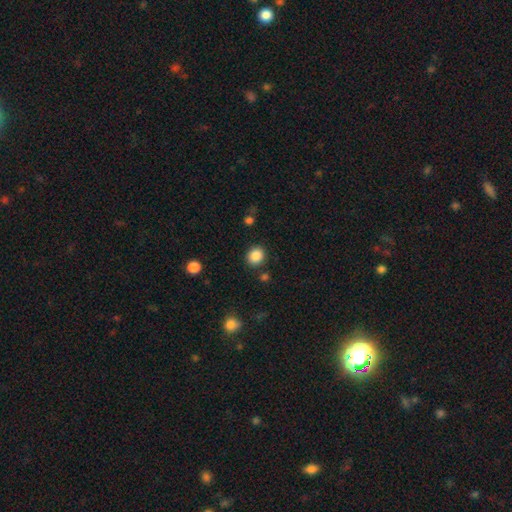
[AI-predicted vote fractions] Smooth or featured?
  - smooth: 87% *
  - star or artifact: 10%
  - featured or disk: 4%
How rounded?
  - round: 79% *
  - in between: 20%
  - cigar-shaped: 1%
Merging?
  - none: 86% *
  - minor disturbance: 8%
  - merger: 3%
  - major disturbance: 3%